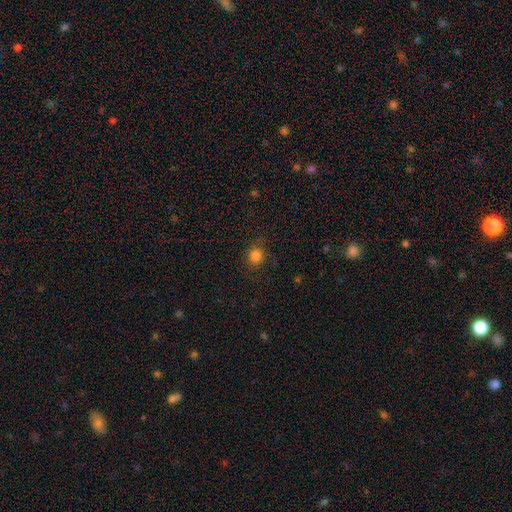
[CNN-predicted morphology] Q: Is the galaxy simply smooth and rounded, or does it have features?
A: smooth — 83%.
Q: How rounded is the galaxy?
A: round — 84%.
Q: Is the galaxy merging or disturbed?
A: none — 82%.